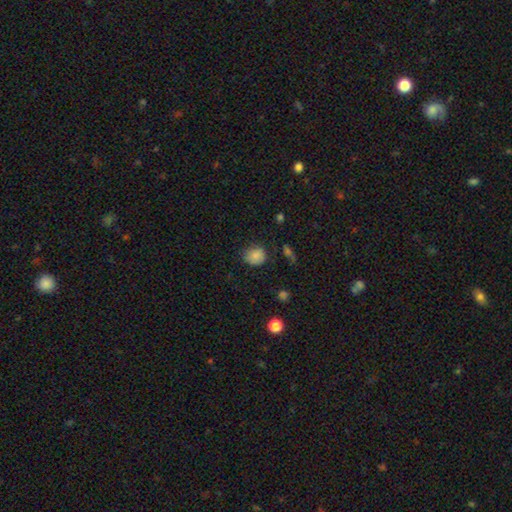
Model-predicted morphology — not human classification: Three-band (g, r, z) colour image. It shows a smooth galaxy with no disk features (82%) that is round (70%). Merging: none (70%).